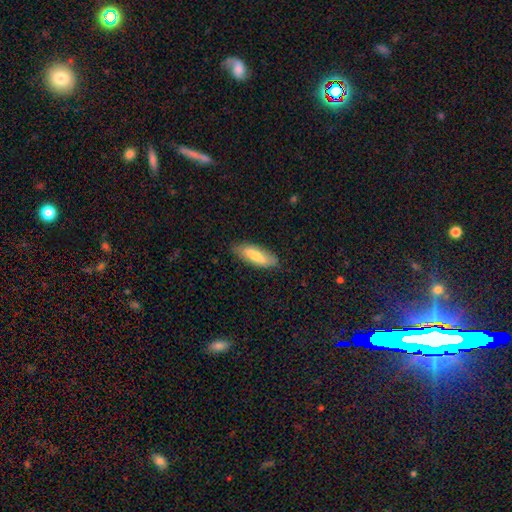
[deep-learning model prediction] Overall: smooth (70%). How rounded: in between (63%; cigar-shaped 35%). Merging: none (82%).